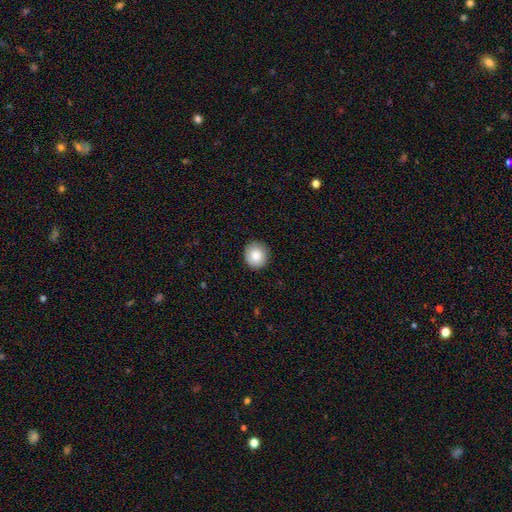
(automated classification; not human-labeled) Smooth or featured: smooth — 84% (star or artifact — 8%)
How rounded: round — 92% (in between — 7%)
Merging: none — 91% (minor disturbance — 6%)